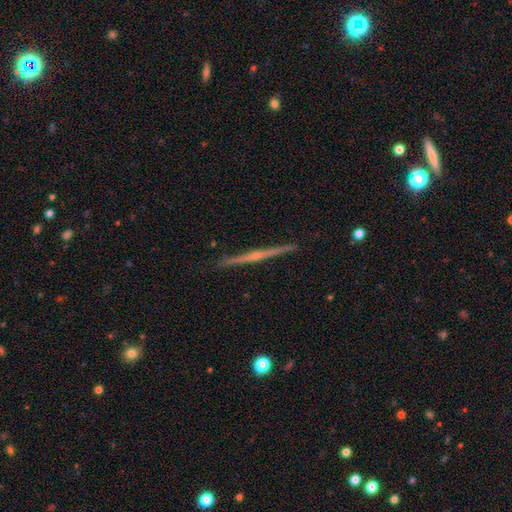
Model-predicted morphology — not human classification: smooth-or-featured: featured or disk: 79% | smooth: 15% | star or artifact: 6%
  disk-edge-on: yes: 98% | no: 2%
    edge-on-bulge: rounded: 62% | none: 31% | boxy: 7%
  merging: none: 92% | minor disturbance: 6% | major disturbance: 1% | merger: 1%